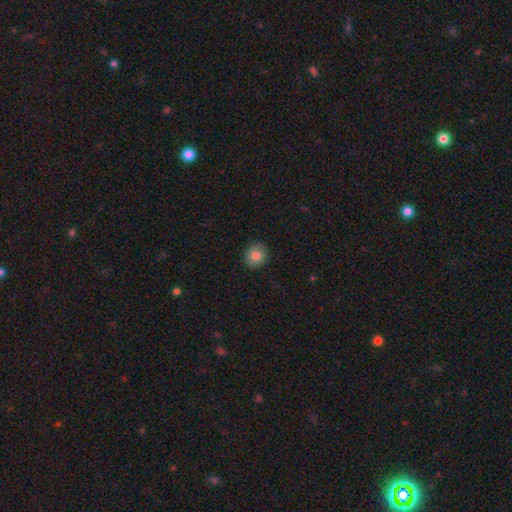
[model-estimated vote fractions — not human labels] This is clearly a smooth galaxy (84%). How rounded: clearly round (84%). Merging: clearly none (89%).